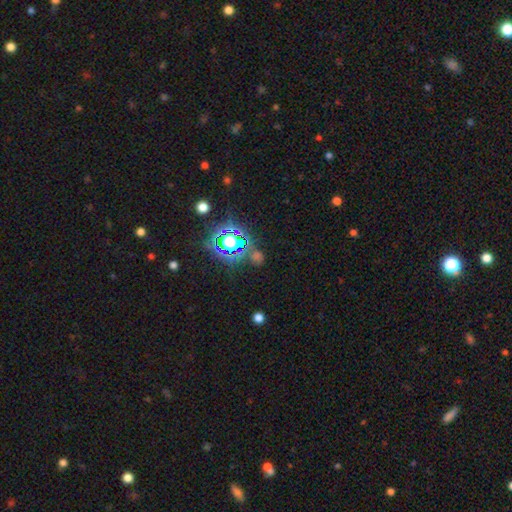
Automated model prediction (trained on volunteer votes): smooth-or-featured: star or artifact: 66% | smooth: 25% | featured or disk: 9%